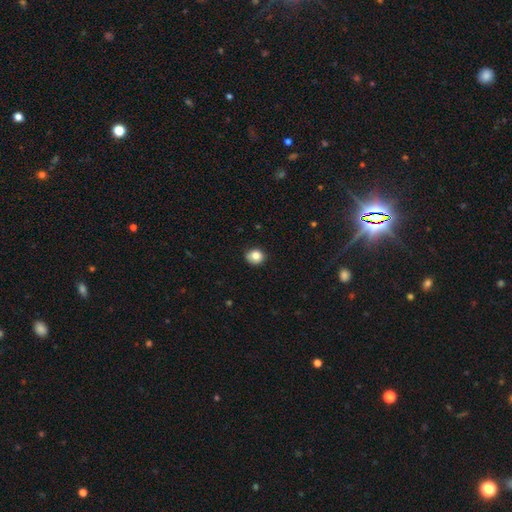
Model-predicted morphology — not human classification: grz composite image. It shows a smooth galaxy with no disk features (83%) that is round (76%). Merging: none (82%).